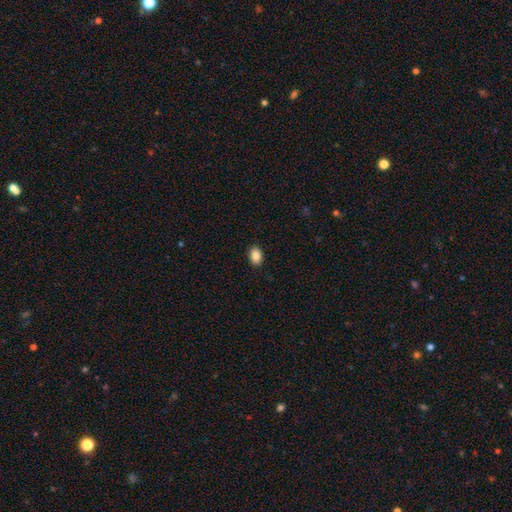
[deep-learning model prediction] Q: Smooth or featured?
A: smooth (88%); runner-up: star or artifact (8%)
Q: How rounded?
A: in between (81%); runner-up: round (18%)
Q: Merging?
A: none (90%); runner-up: minor disturbance (7%)